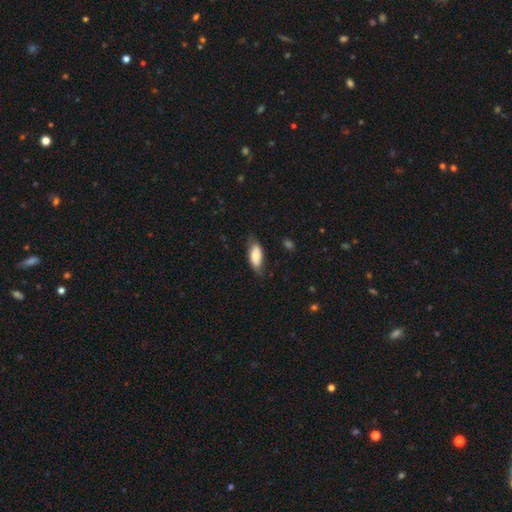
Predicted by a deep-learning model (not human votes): A smooth galaxy with no disk features (74%) that is in between round and cigar-shaped (83%).

Vote fractions:
- Smooth or featured? smooth: 74% / featured or disk: 20% / star or artifact: 6%
- How rounded? in between: 83% / cigar-shaped: 14% / round: 2%
- Merging? none: 67% / minor disturbance: 26% / major disturbance: 6% / merger: 1%